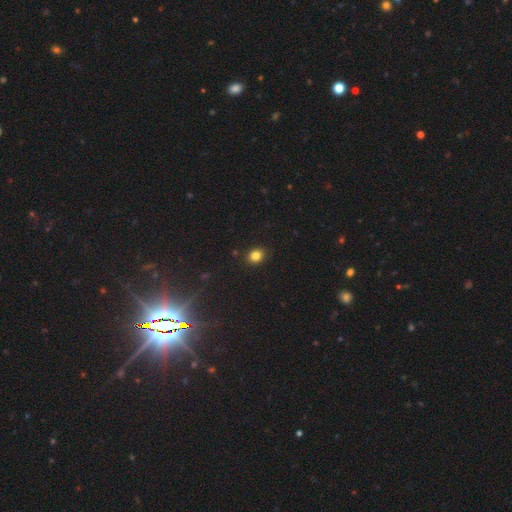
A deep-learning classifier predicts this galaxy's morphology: smooth 83%, star or artifact 12%, featured or disk 5%. Down the decision tree: how rounded — round (60%); merging — none (89%).